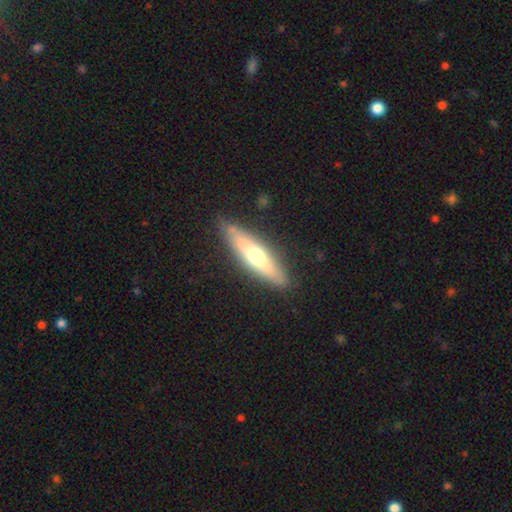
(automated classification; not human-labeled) This is possibly a smooth galaxy (48%). Merging: clearly none (83%).